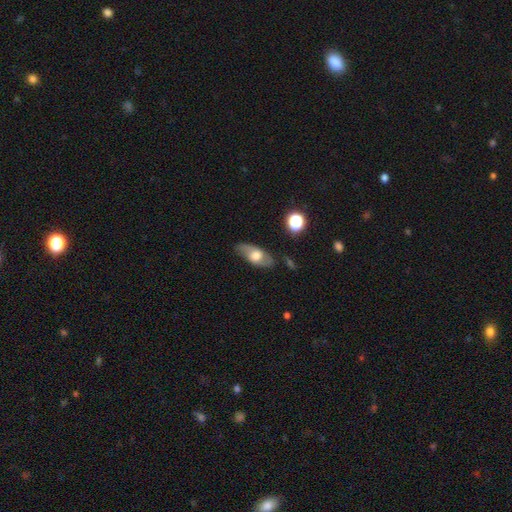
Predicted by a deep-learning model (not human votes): A smooth galaxy with no disk features (51%) that is in between round and cigar-shaped (82%).

Vote fractions:
- Smooth or featured? smooth: 51% / featured or disk: 42% / star or artifact: 7%
- How rounded? in between: 82% / cigar-shaped: 10% / round: 8%
- Merging? none: 74% / minor disturbance: 18% / major disturbance: 5% / merger: 2%